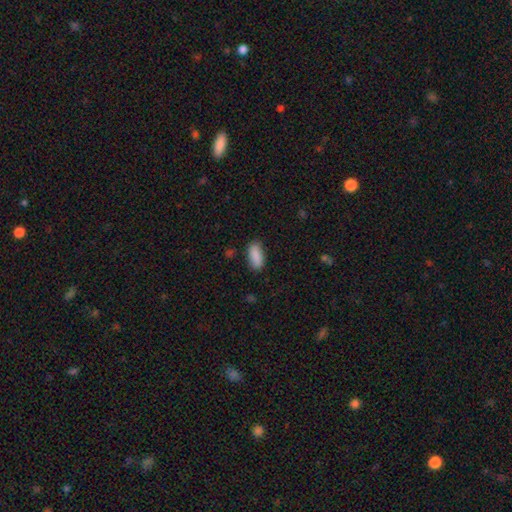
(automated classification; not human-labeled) Q: Smooth or featured?
A: smooth (89%); runner-up: star or artifact (7%)
Q: How rounded?
A: in between (83%); runner-up: cigar-shaped (15%)
Q: Merging?
A: none (84%); runner-up: minor disturbance (12%)